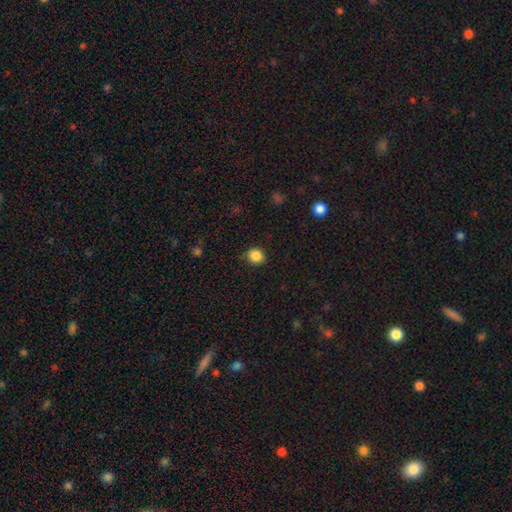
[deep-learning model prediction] Smooth or featured? smooth (86%)
How rounded? round (84%)
Merging? none (88%)